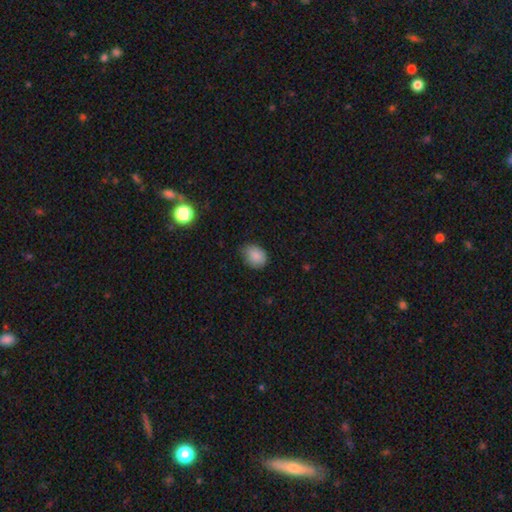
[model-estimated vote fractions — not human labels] smooth_or_featured: smooth (p=0.86) [alt: star or artifact p=0.08]
how_rounded: in between (p=0.58) [alt: round p=0.41]
merging: none (p=0.72) [alt: minor disturbance p=0.23]